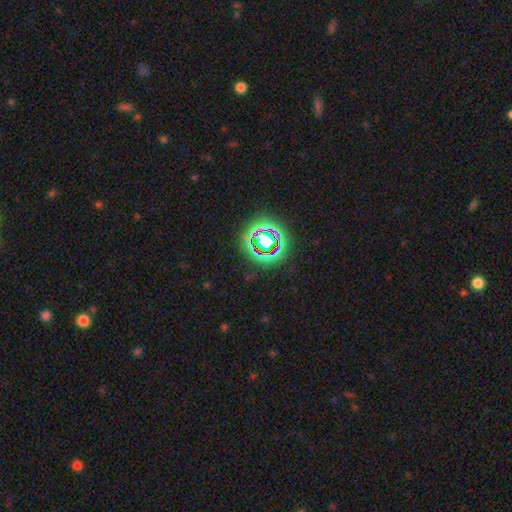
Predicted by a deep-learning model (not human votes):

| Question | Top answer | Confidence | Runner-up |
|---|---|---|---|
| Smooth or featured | star or artifact | 68% | smooth (21%) |